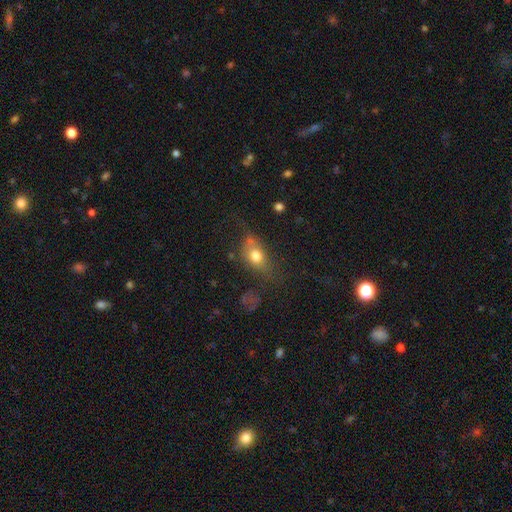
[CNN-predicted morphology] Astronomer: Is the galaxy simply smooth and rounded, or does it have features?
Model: smooth — 70%.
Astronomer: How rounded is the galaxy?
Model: in between — 72%.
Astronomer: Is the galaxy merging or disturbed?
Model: none — 46% (runner-up: minor disturbance, 27%).